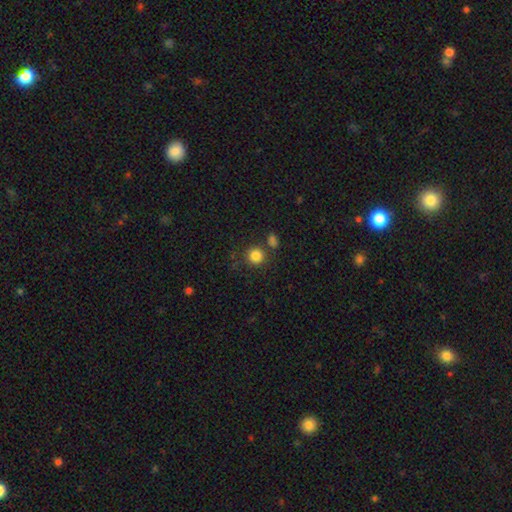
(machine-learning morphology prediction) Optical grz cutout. It shows a smooth galaxy with no disk features (84%) that is round (93%). Merging: none (77%).